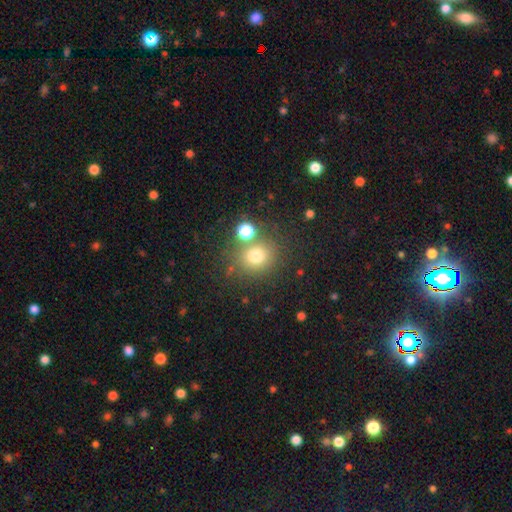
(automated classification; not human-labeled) Morphology: type=smooth (74%); roundness=round (80%); merging=none (71%).